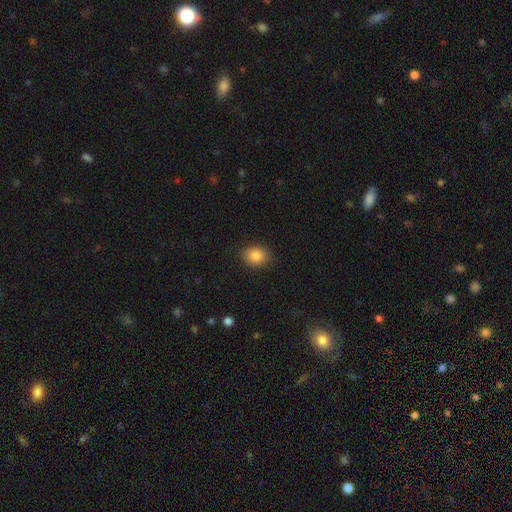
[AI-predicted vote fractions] smooth_or_featured: smooth (p=0.85) [alt: star or artifact p=0.09]
how_rounded: in between (p=0.53) [alt: round p=0.46]
merging: none (p=0.86) [alt: minor disturbance p=0.10]